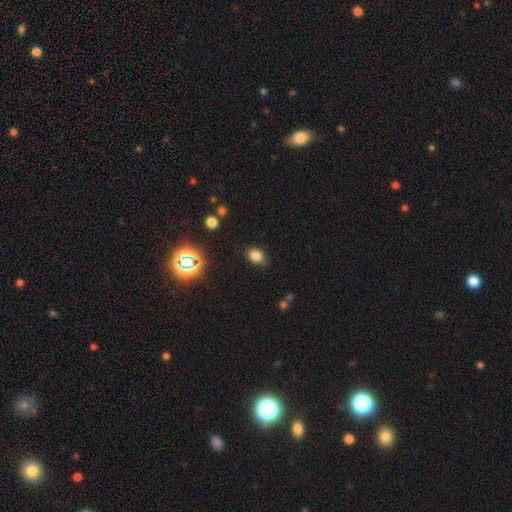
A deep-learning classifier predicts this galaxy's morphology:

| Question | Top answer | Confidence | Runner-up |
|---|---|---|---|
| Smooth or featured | smooth | 77% | star or artifact (17%) |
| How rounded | in between | 60% | round (38%) |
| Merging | none | 83% | minor disturbance (12%) |